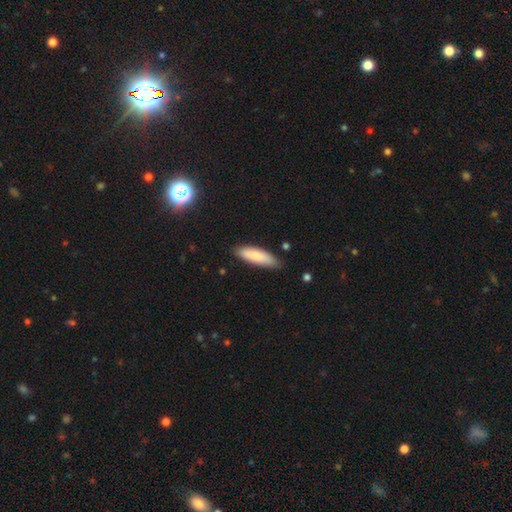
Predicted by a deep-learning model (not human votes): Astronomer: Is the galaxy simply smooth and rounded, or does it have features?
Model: smooth — 83%.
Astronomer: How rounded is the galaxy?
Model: cigar-shaped — 57% (runner-up: in between, 42%).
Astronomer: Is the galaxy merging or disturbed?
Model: none — 85%.